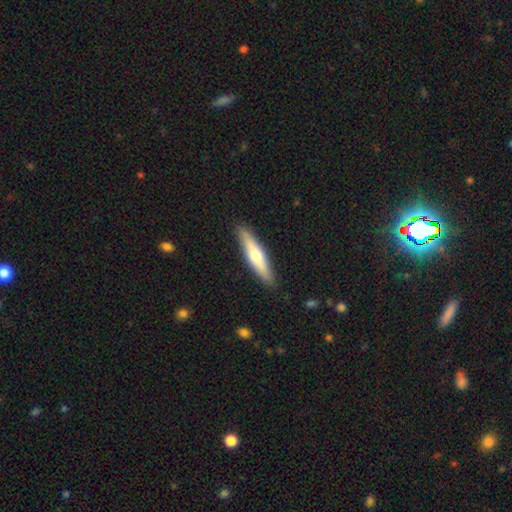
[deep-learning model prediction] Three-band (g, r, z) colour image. It shows a smooth galaxy with no disk features (48%). Merging: none (89%).